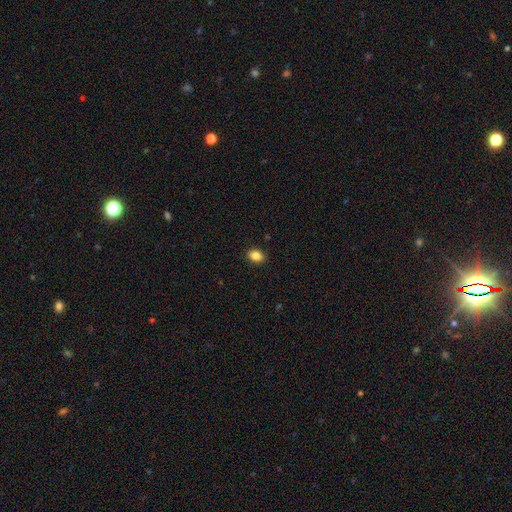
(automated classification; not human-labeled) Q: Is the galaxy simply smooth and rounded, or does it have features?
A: smooth — 85%.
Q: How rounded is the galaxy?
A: in between — 74%.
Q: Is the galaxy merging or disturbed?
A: none — 90%.